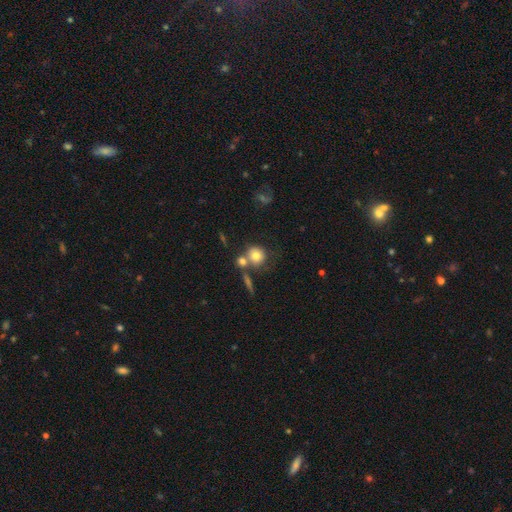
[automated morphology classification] Q: Smooth or featured?
A: smooth (76%); runner-up: featured or disk (14%)
Q: How rounded?
A: round (85%); runner-up: in between (14%)
Q: Merging?
A: none (53%); runner-up: merger (30%)